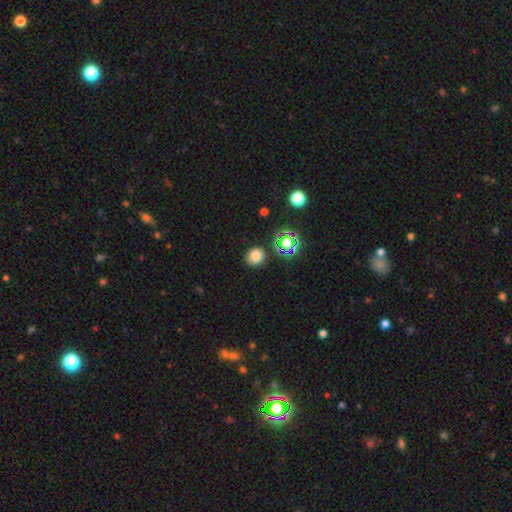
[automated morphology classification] smooth 74%, star or artifact 19%, featured or disk 7%. Down the decision tree: how rounded — round (84%); merging — none (82%).